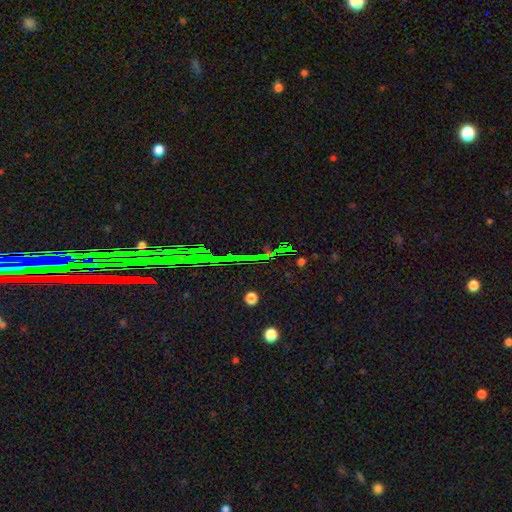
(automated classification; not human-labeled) Q: Smooth or featured?
A: star or artifact (82%); runner-up: featured or disk (10%)